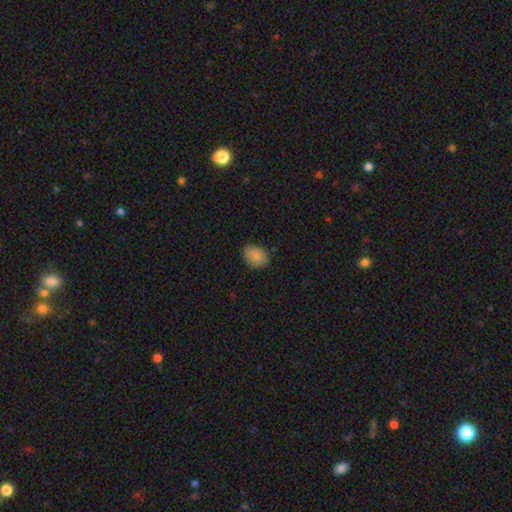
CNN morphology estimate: This appears to be a smooth galaxy with no disk features (88%) that is in between round and cigar-shaped (67%). Merging: none (79%).